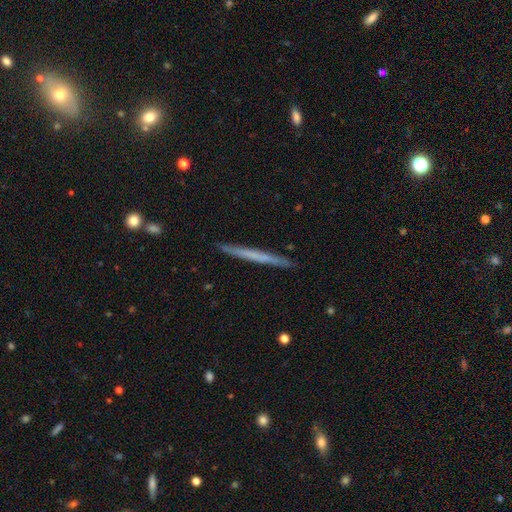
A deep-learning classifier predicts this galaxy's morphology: smooth-or-featured: smooth: 48% | featured or disk: 47% | star or artifact: 5%
  merging: none: 91% | minor disturbance: 7% | major disturbance: 1% | merger: 1%